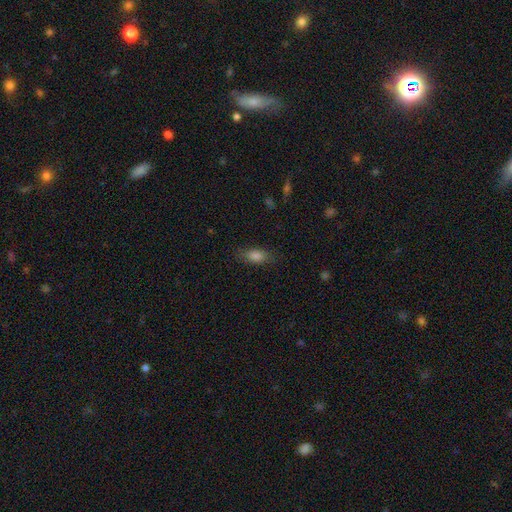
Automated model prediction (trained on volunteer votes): Overall: smooth (83%). How rounded: in between (83%). Merging: none (81%).